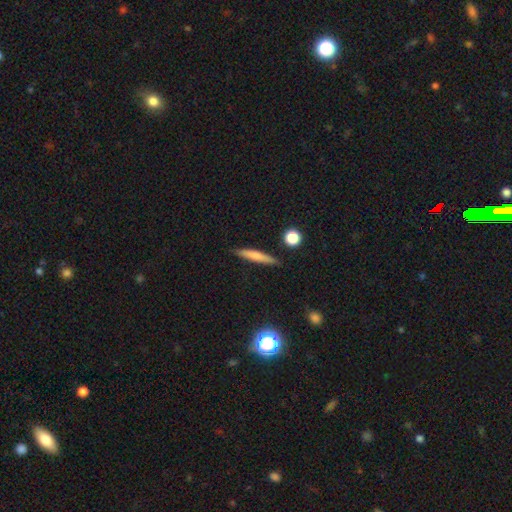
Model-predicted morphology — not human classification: type=smooth (66%); roundness=cigar-shaped (91%); merging=none (86%).